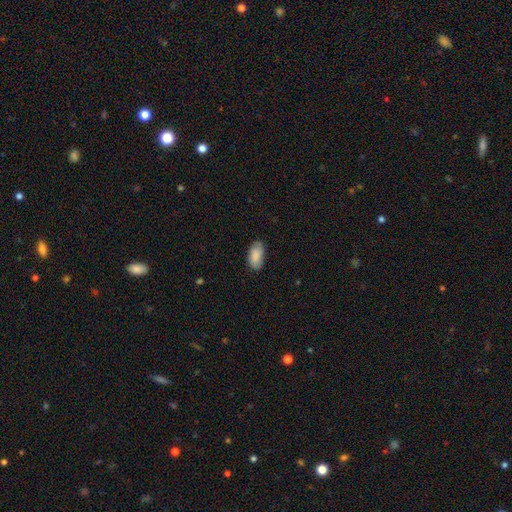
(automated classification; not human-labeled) Smooth or featured?
  - smooth: 86% *
  - featured or disk: 8%
  - star or artifact: 6%
How rounded?
  - in between: 94% *
  - cigar-shaped: 4%
  - round: 2%
Merging?
  - none: 79% *
  - minor disturbance: 17%
  - major disturbance: 3%
  - merger: 1%